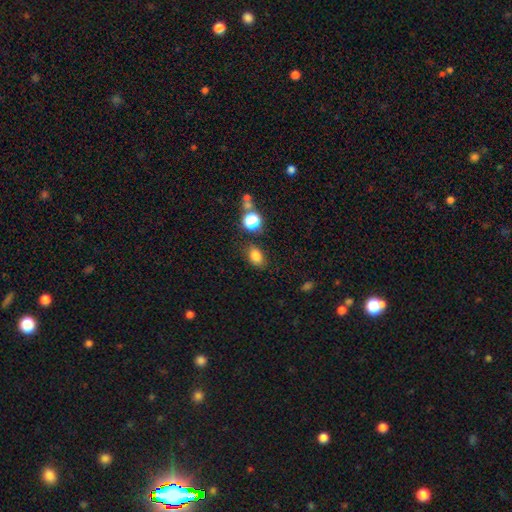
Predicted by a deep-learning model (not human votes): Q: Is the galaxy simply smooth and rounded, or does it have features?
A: smooth — 80%.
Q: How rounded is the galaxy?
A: in between — 78%.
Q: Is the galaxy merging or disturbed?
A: none — 79%.